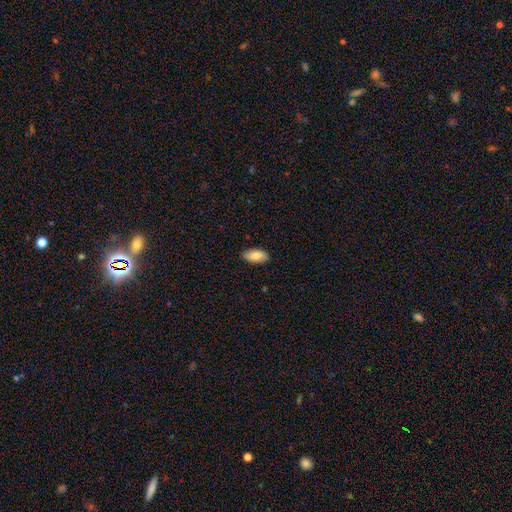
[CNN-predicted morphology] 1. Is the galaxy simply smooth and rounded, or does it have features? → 80% smooth, 14% featured or disk, 6% star or artifact.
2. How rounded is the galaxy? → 91% in between, 6% cigar-shaped, 2% round.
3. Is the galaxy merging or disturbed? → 88% none, 9% minor disturbance, 2% major disturbance, 1% merger.